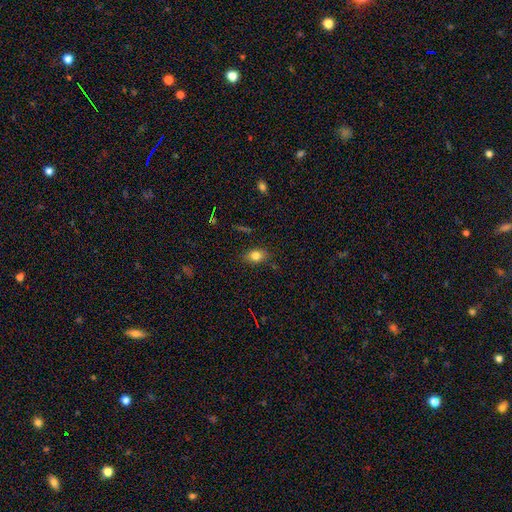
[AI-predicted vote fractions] Overall: smooth (79%). How rounded: in between (68%; round 30%). Merging: none (82%).